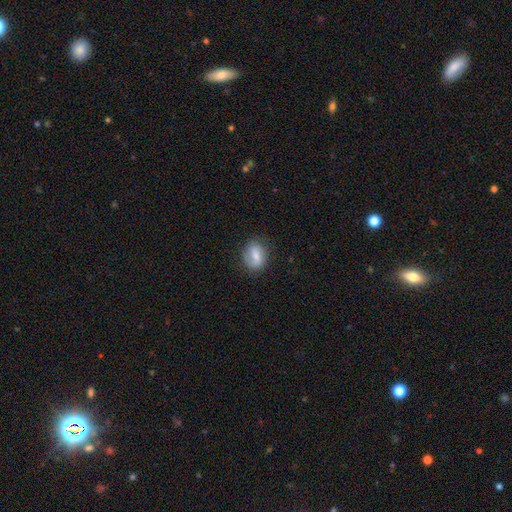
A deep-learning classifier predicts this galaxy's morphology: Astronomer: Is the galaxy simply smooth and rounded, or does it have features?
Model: smooth — 59%.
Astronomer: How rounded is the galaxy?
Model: in between — 60% (runner-up: round, 38%).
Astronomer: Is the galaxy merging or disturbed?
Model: none — 71%.